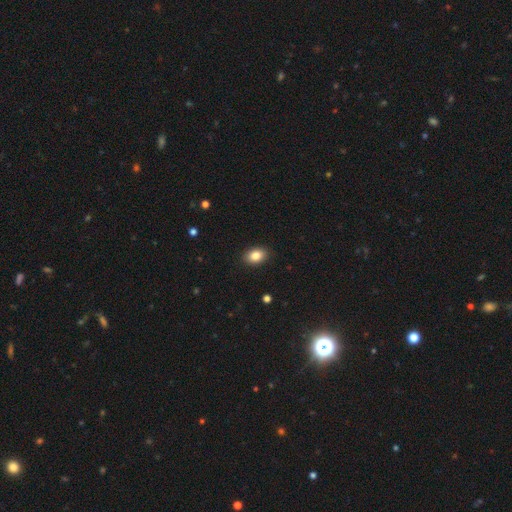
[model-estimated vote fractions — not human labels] Smooth or featured? Predicted: smooth (p=0.86). How rounded? Predicted: in between (p=0.83). Merging? Predicted: none (p=0.89).